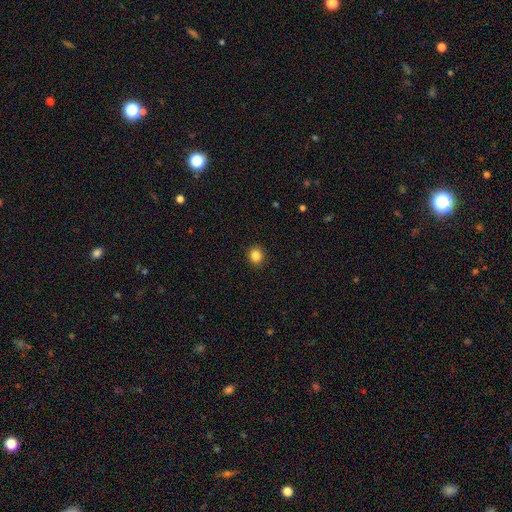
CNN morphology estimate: smooth-or-featured: smooth: 84% | star or artifact: 11% | featured or disk: 5%
  how-rounded: round: 87% | in between: 12% | cigar-shaped: 1%
  merging: none: 93% | minor disturbance: 5% | major disturbance: 2% | merger: 1%